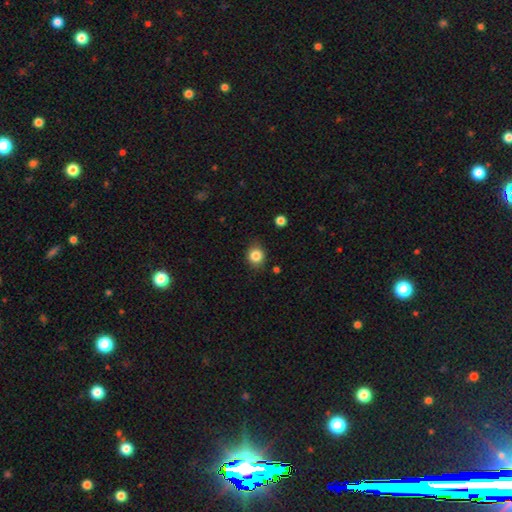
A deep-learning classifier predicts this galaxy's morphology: Overall: smooth (84%). How rounded: round (77%). Merging: none (84%).